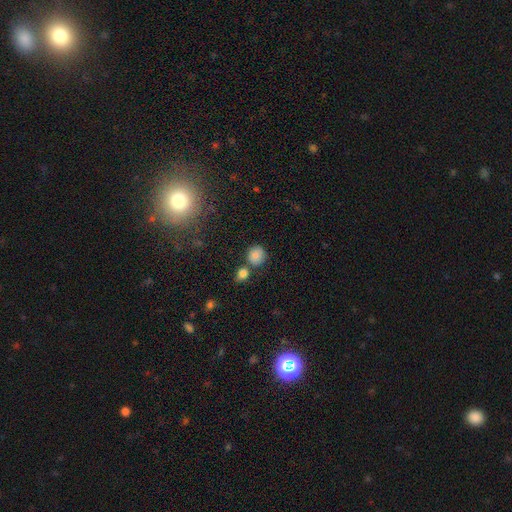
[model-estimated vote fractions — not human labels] smooth-or-featured: smooth: 82% | star or artifact: 11% | featured or disk: 7%
  how-rounded: round: 87% | in between: 12% | cigar-shaped: 1%
  merging: none: 72% | merger: 15% | minor disturbance: 10% | major disturbance: 3%